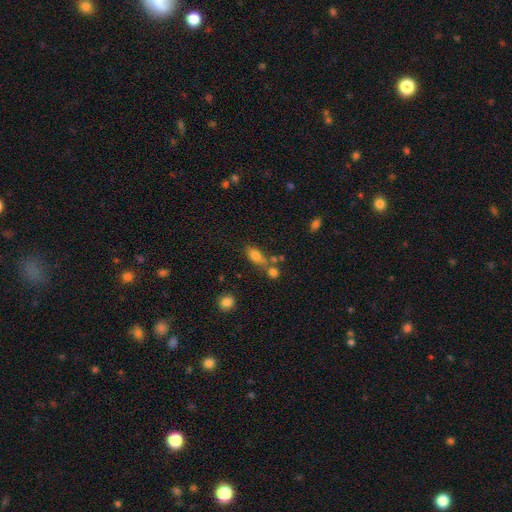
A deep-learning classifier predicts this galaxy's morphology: Overall: smooth (77%). How rounded: in between (80%). Merging: none (50%; merger 27%).